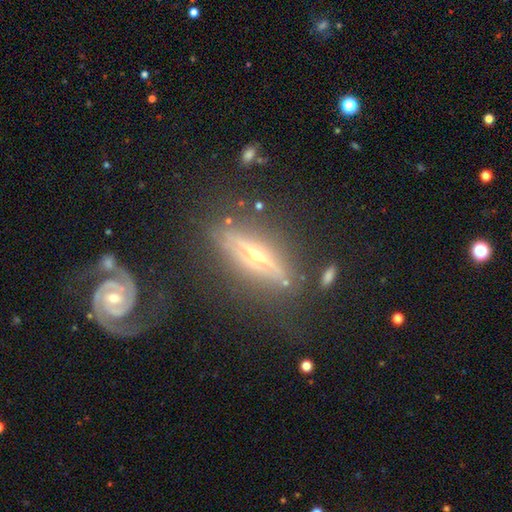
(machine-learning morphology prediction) featured or disk 80%, smooth 13%, star or artifact 7%. Down the decision tree: edge-on disk — yes (77%); edge-on bulge — rounded (89%); merging — none (73%).